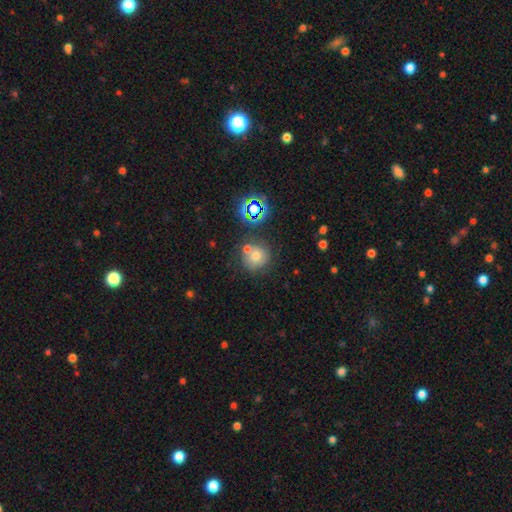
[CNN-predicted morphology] Smooth or featured?
  - smooth: 66% *
  - star or artifact: 20%
  - featured or disk: 14%
How rounded?
  - round: 90% *
  - in between: 9%
  - cigar-shaped: 1%
Merging?
  - none: 60% *
  - merger: 24%
  - minor disturbance: 12%
  - major disturbance: 5%